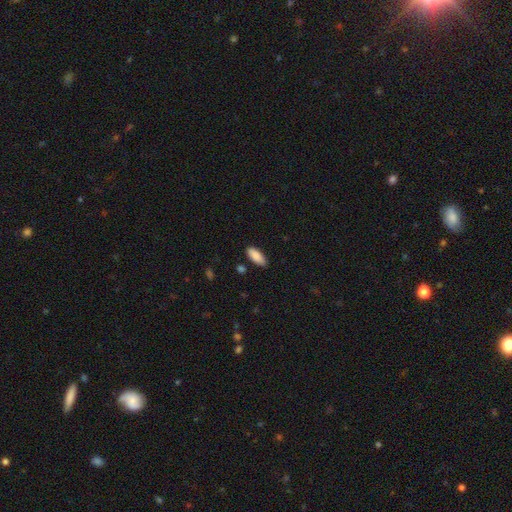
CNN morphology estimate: type=smooth (89%); roundness=in between (81%); merging=none (85%).